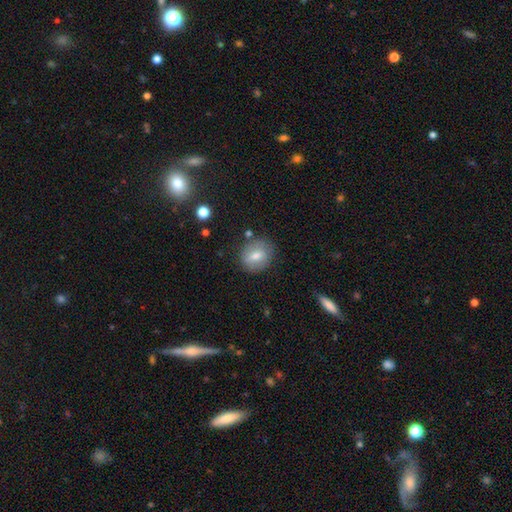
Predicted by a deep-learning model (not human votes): A smooth galaxy with no disk features (69%) that is round (59%). Merging: none (78%).